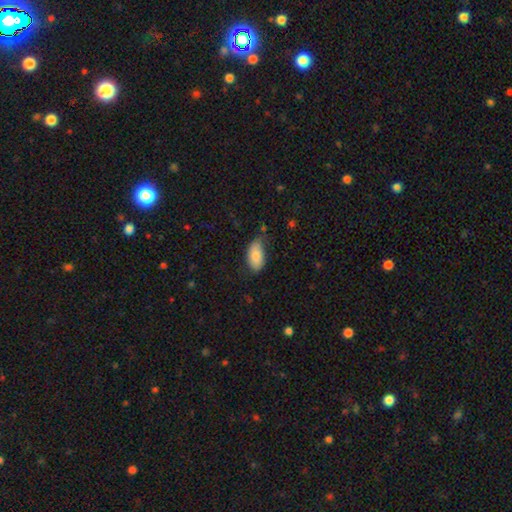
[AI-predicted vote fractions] A smooth galaxy with no disk features (81%) that is in between round and cigar-shaped (94%).

Vote fractions:
- Smooth or featured? smooth: 81% / featured or disk: 12% / star or artifact: 7%
- How rounded? in between: 94% / round: 3% / cigar-shaped: 3%
- Merging? none: 66% / minor disturbance: 27% / major disturbance: 5% / merger: 2%